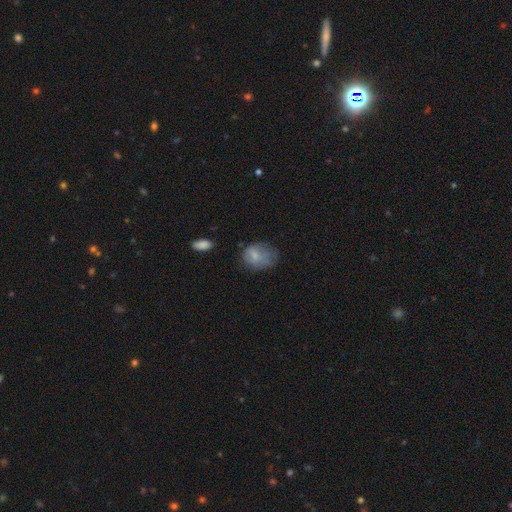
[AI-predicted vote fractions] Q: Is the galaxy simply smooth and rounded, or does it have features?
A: smooth — 69%.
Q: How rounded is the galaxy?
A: in between — 56%.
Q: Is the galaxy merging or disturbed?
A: none — 45%.